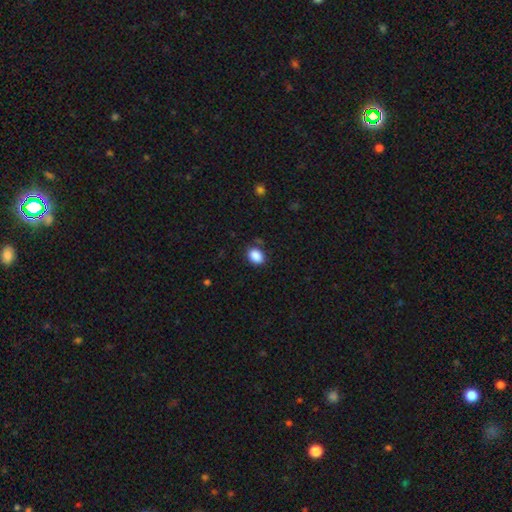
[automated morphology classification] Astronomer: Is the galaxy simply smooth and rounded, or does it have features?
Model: smooth — 88%.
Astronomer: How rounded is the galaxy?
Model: in between — 67%.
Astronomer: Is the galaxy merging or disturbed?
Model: none — 82%.